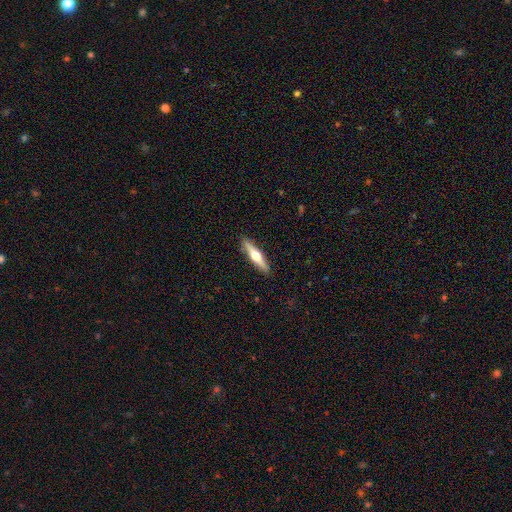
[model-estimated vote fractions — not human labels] This is possibly a featured or disk galaxy (58%). It is clearly viewed edge-on (96%). Edge-on bulge: clearly rounded (93%). Merging: clearly none (91%).